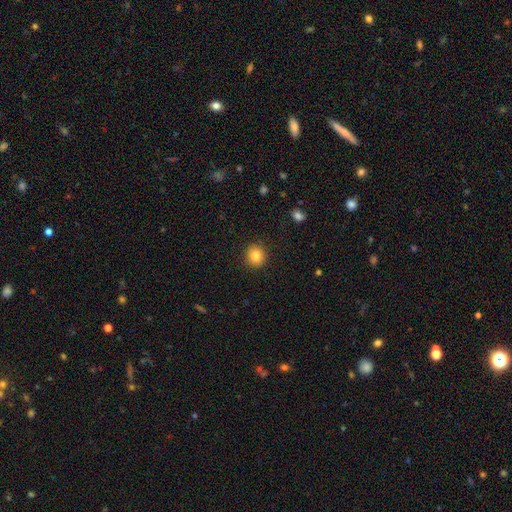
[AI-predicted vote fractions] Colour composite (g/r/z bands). It shows a smooth galaxy with no disk features (83%) that is round (84%). Merging: none (91%).